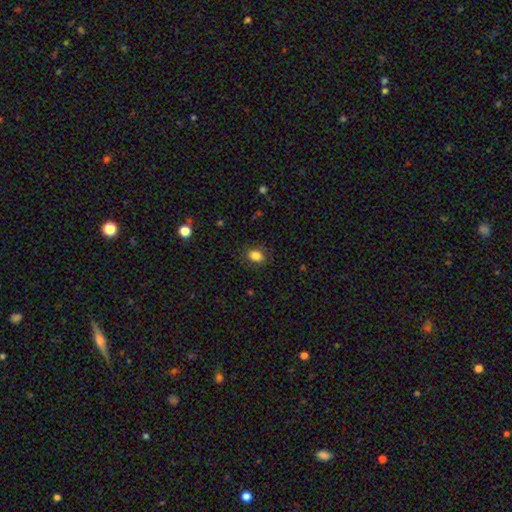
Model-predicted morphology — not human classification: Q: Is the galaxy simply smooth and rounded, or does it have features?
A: smooth — 85%.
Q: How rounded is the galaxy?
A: in between — 71%.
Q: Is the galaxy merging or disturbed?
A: none — 84%.